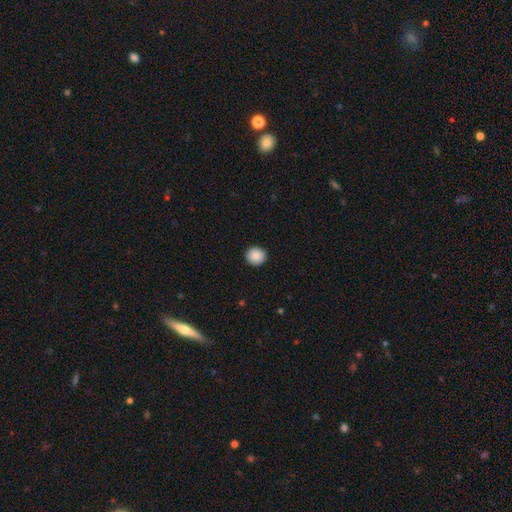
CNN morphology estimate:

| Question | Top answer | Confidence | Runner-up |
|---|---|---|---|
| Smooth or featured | smooth | 88% | star or artifact (8%) |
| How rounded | round | 92% | in between (7%) |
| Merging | none | 93% | minor disturbance (5%) |